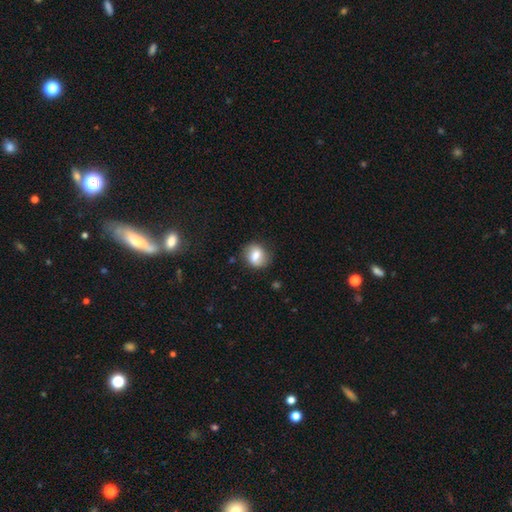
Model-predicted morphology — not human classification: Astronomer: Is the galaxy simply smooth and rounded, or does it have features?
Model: smooth — 71%.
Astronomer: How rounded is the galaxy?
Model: round — 61% (runner-up: in between, 38%).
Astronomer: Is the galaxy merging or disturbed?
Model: none — 73%.